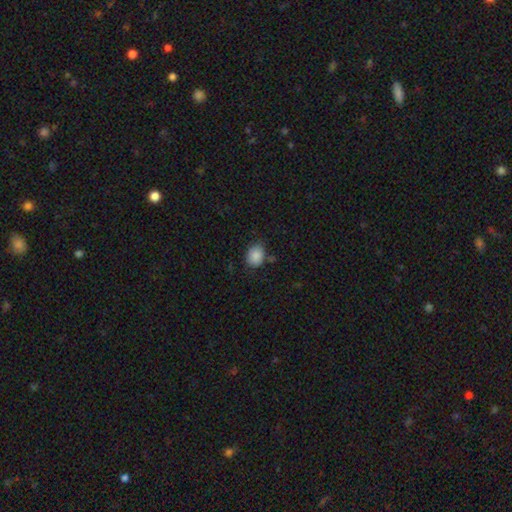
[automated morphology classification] type=smooth (87%); roundness=round (52%); merging=none (71%).